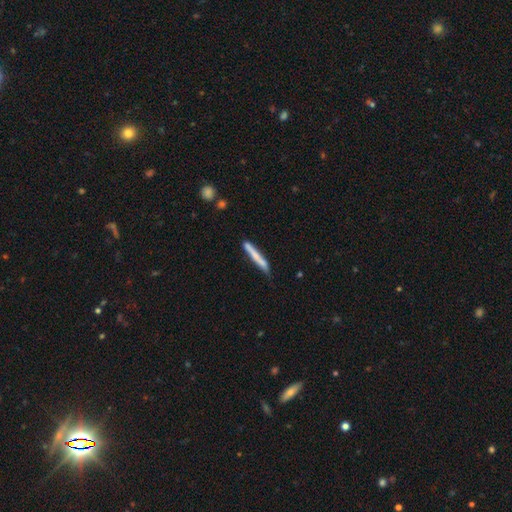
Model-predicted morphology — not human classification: smooth_or_featured: smooth (p=0.66) [alt: featured or disk p=0.28]
how_rounded: cigar-shaped (p=0.96) [alt: in between p=0.03]
merging: none (p=0.76) [alt: minor disturbance p=0.18]